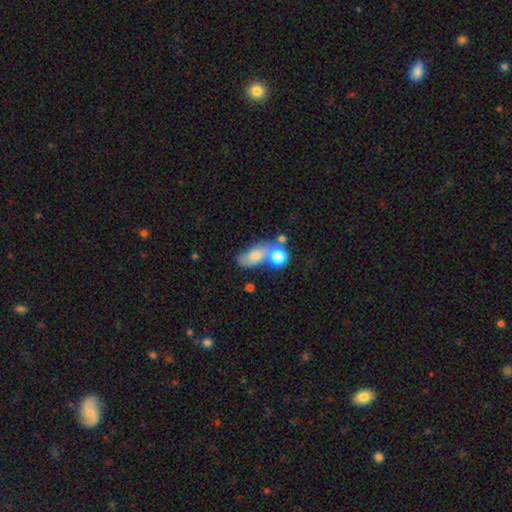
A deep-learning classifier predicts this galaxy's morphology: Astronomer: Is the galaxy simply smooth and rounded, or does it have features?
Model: smooth — 67%.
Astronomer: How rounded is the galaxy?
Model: in between — 75%.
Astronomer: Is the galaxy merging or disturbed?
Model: merger — 47% (runner-up: none, 29%).